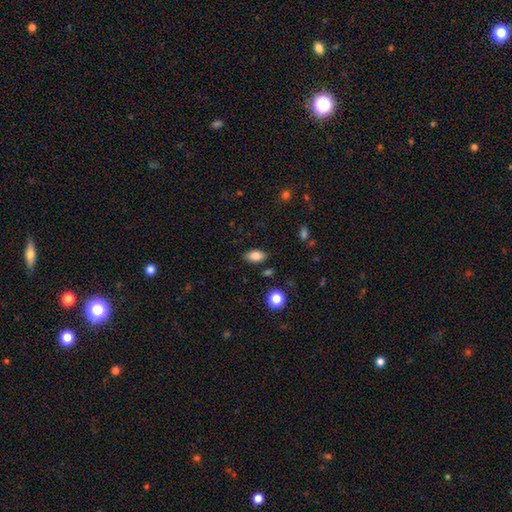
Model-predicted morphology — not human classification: A smooth galaxy with no disk features (82%) that is in between round and cigar-shaped (89%). Merging: none (84%).